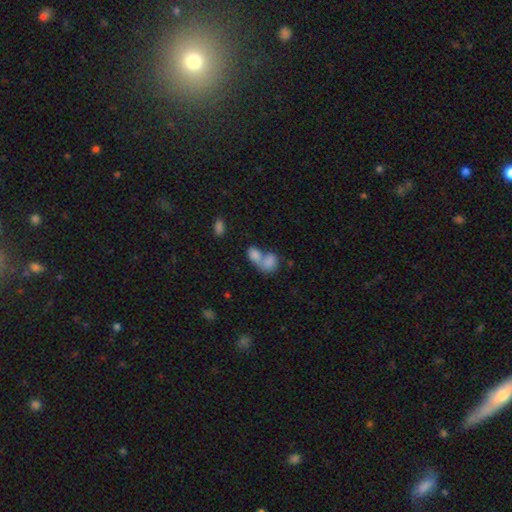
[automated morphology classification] A smooth galaxy with no disk features (79%) that is in between round and cigar-shaped (75%).

Vote fractions:
- Smooth or featured? smooth: 79% / featured or disk: 12% / star or artifact: 9%
- How rounded? in between: 75% / round: 23% / cigar-shaped: 2%
- Merging? merger: 70% / none: 20% / minor disturbance: 6% / major disturbance: 4%